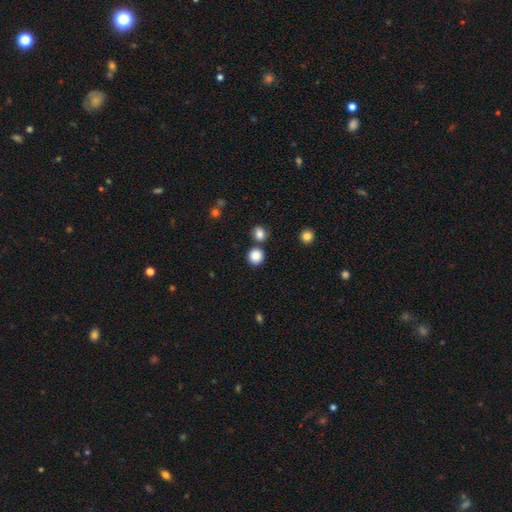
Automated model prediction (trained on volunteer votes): Smooth or featured: smooth — 85% (star or artifact — 11%)
How rounded: round — 90% (in between — 9%)
Merging: none — 79% (merger — 11%)